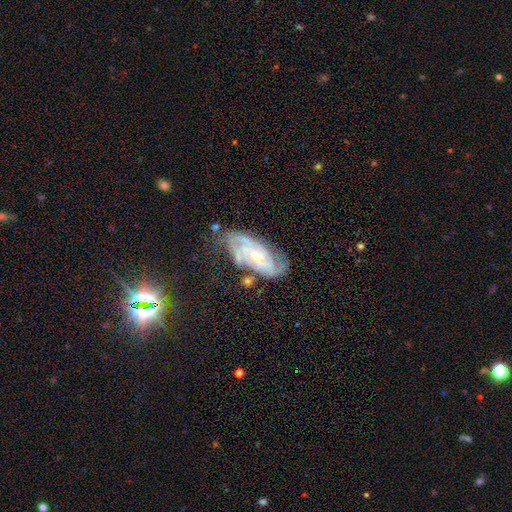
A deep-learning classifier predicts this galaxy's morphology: smooth-or-featured: featured or disk: 80% | smooth: 12% | star or artifact: 8%
  disk-edge-on: no: 94% | yes: 6%
    bar: no: 64% | weak: 29% | strong: 7%
    has-spiral-arms: yes: 93% | no: 7%
      spiral-winding: tight: 54% | medium: 36% | loose: 11%
      spiral-arm-count: 2: 35% | can't tell: 29% | 3: 21% | 4: 7% | 1: 4% | more than 4: 4%
    bulge-size: small: 63% | moderate: 31% | none: 3% | large: 2% | dominant: 1%
  merging: none: 63% | minor disturbance: 24% | major disturbance: 9% | merger: 4%